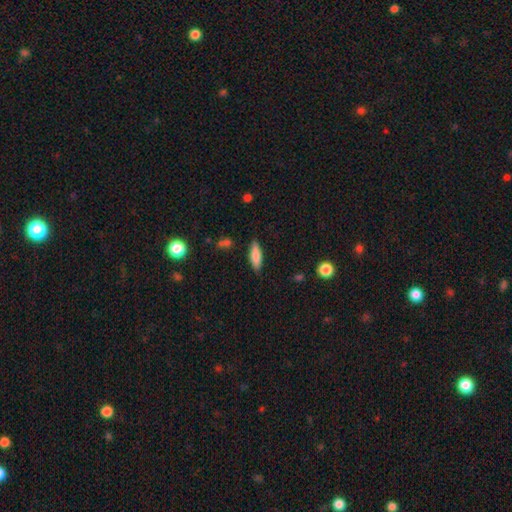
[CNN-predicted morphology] Smooth or featured: smooth — 76% (featured or disk — 17%)
How rounded: cigar-shaped — 51% (in between — 47%)
Merging: none — 85% (minor disturbance — 11%)